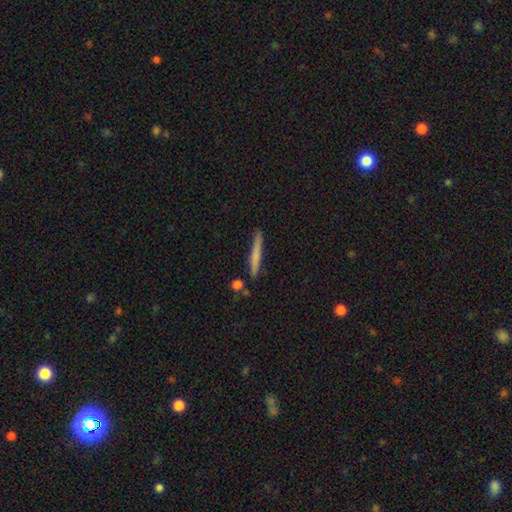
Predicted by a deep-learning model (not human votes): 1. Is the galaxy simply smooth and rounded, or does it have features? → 65% smooth, 29% featured or disk, 6% star or artifact.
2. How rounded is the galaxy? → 95% cigar-shaped, 3% in between, 2% round.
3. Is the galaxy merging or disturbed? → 85% none, 10% minor disturbance, 4% merger, 2% major disturbance.